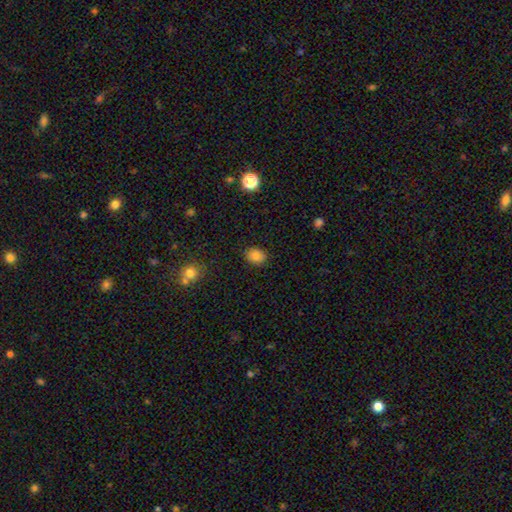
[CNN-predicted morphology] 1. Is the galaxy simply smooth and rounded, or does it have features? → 83% smooth, 11% star or artifact, 7% featured or disk.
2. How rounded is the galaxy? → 50% in between, 49% round, 1% cigar-shaped.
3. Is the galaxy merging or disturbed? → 87% none, 9% minor disturbance, 2% major disturbance, 1% merger.